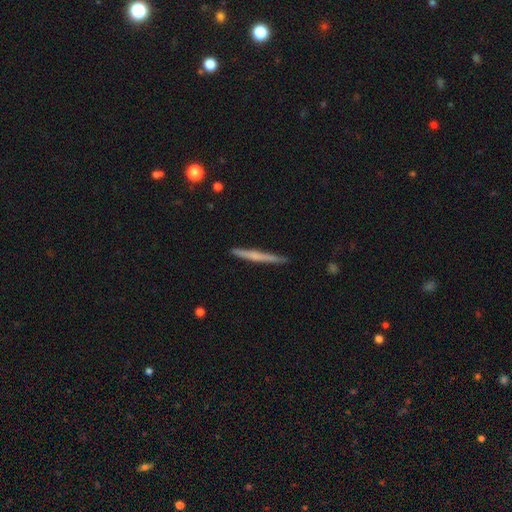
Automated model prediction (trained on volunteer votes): Smooth or featured? featured or disk (52%)
Edge-on disk? yes (98%)
Edge-on bulge? none (63%)
Merging? none (91%)